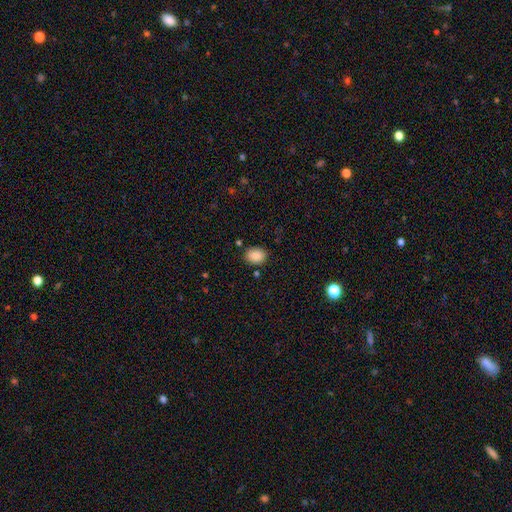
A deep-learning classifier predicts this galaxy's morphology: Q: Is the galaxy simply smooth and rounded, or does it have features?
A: smooth — 88%.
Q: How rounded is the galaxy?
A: in between — 58%.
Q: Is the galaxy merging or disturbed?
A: none — 84%.